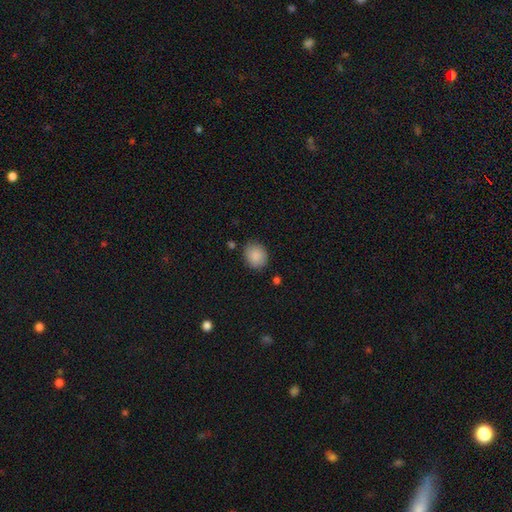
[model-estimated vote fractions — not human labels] smooth-or-featured: smooth: 88% | star or artifact: 7% | featured or disk: 4%
  how-rounded: round: 60% | in between: 40% | cigar-shaped: 1%
  merging: none: 82% | minor disturbance: 13% | major disturbance: 3% | merger: 2%